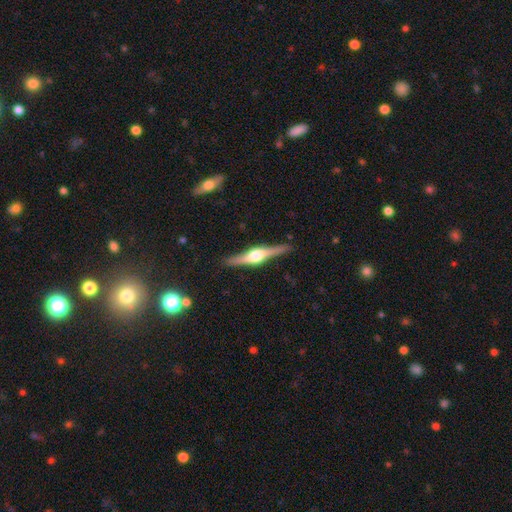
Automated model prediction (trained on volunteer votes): Smooth or featured? Predicted: featured or disk (p=0.81). Edge-on disk? Predicted: yes (p=0.98). Edge-on bulge? Predicted: rounded (p=0.92). Merging? Predicted: none (p=0.88).